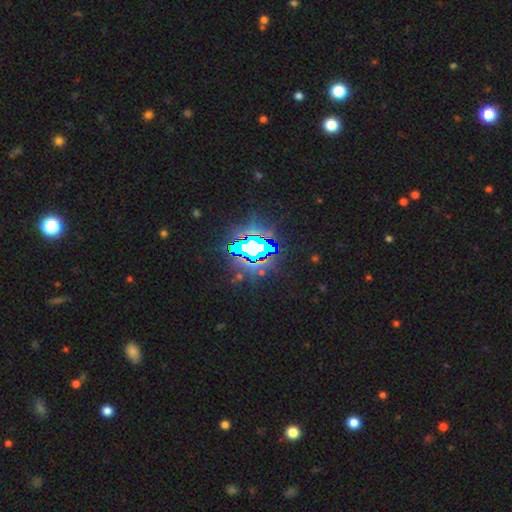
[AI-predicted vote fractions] A star or artifact, not a galaxy (84%).

Vote fractions:
- Smooth or featured? star or artifact: 84% / smooth: 9% / featured or disk: 8%